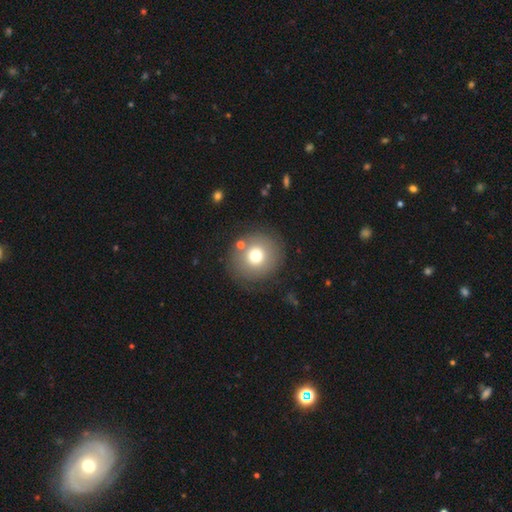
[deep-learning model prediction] This is likely a smooth galaxy (71%). How rounded: clearly round (91%). Merging: clearly none (81%).